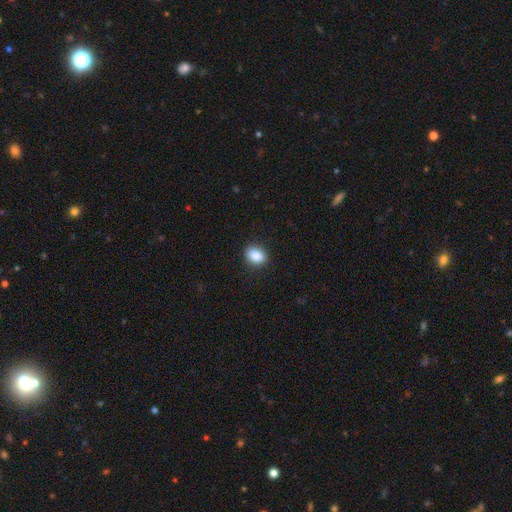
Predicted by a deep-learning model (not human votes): Smooth or featured: smooth — 87% (star or artifact — 9%)
How rounded: in between — 68% (round — 31%)
Merging: none — 88% (minor disturbance — 9%)